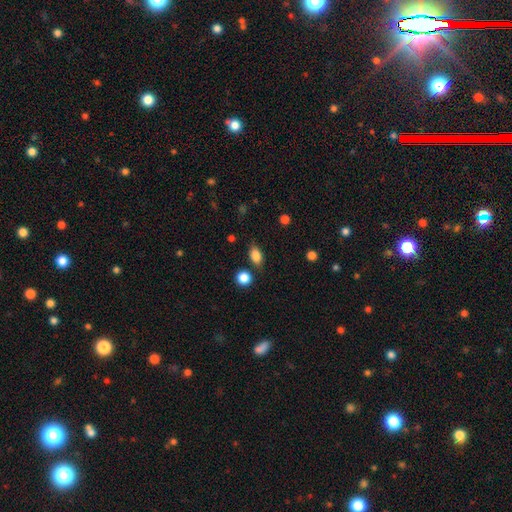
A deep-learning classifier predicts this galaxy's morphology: This is clearly a smooth galaxy (85%). How rounded: clearly in between (83%). Merging: likely none (78%).